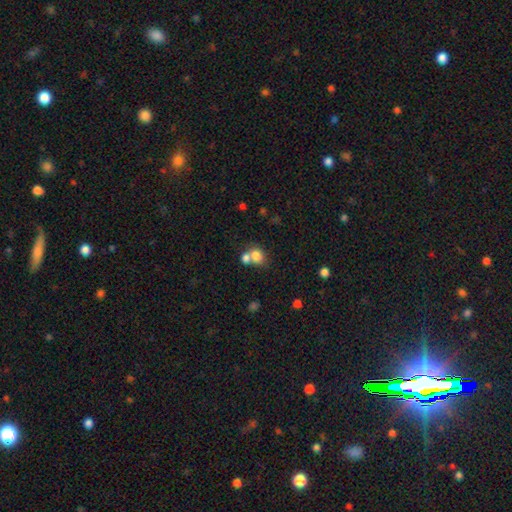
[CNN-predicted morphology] smooth 78%, featured or disk 11%, star or artifact 11%. Down the decision tree: how rounded — round (57%); merging — merger (50%).